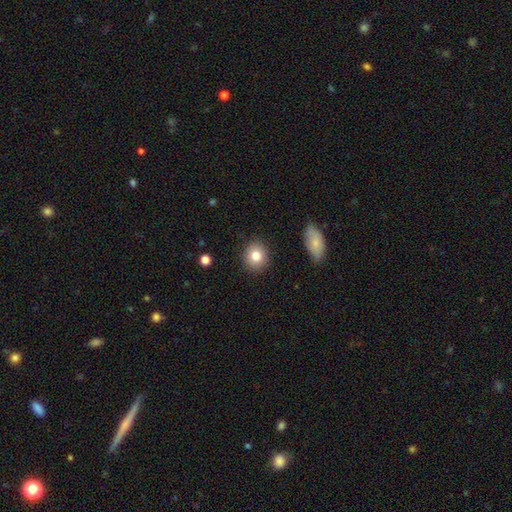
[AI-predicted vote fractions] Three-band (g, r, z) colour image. It shows a smooth galaxy with no disk features (82%) that is round (76%). Merging: none (88%).